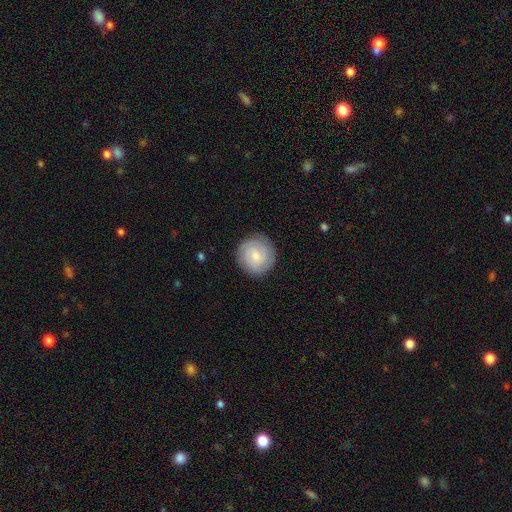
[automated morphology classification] Q: Smooth or featured?
A: smooth (51%); runner-up: featured or disk (42%)
Q: How rounded?
A: round (94%); runner-up: in between (5%)
Q: Merging?
A: none (87%); runner-up: minor disturbance (9%)